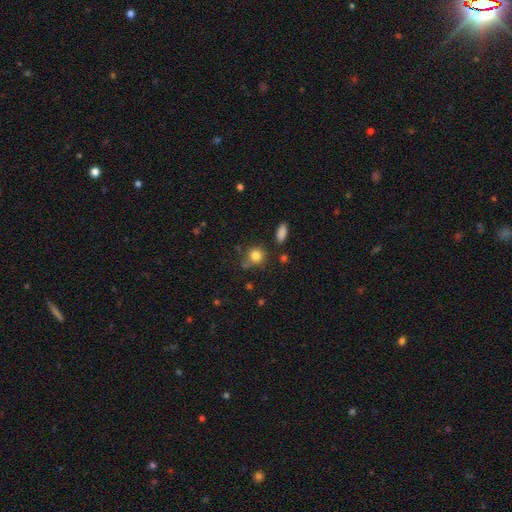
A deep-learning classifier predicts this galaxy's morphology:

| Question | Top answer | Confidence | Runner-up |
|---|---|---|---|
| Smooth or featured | smooth | 82% | star or artifact (11%) |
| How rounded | round | 81% | in between (17%) |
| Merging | none | 70% | minor disturbance (17%) |